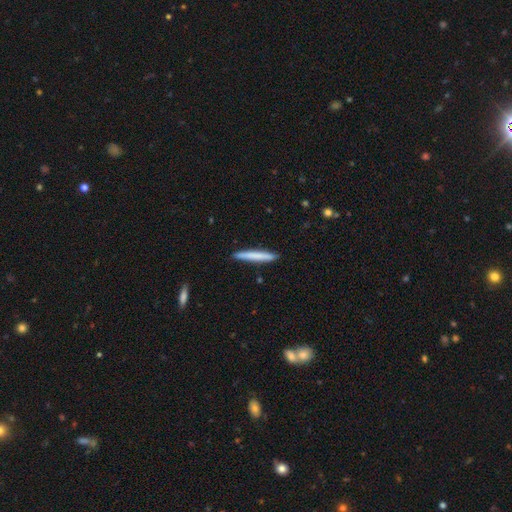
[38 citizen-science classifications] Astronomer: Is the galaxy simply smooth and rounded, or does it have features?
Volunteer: smooth — 76%.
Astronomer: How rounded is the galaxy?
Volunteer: cigar-shaped — 97%.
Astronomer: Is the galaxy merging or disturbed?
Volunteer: none — 92%.